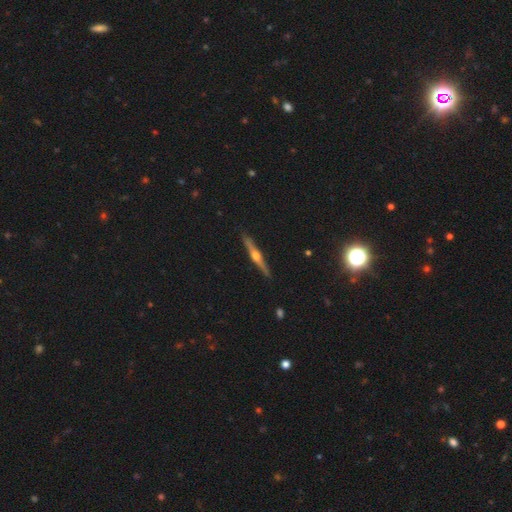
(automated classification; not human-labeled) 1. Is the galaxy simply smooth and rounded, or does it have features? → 78% featured or disk, 17% smooth, 5% star or artifact.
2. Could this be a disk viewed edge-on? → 98% yes, 2% no.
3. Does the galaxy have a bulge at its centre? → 95% rounded, 3% boxy, 3% none.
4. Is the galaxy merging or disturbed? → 91% none, 7% minor disturbance, 1% major disturbance, 1% merger.